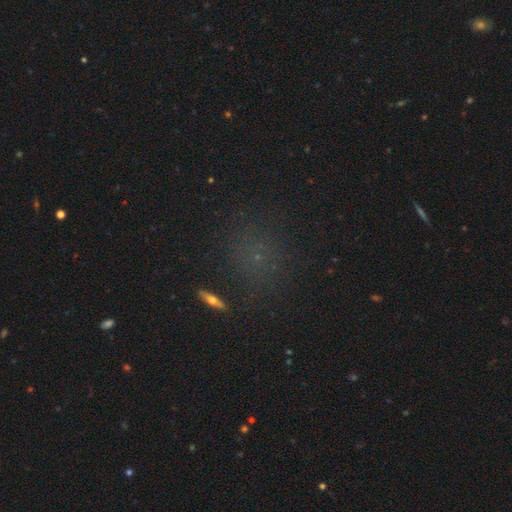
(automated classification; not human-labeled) A smooth galaxy with no disk features (49%).

Vote fractions:
- Smooth or featured? smooth: 49% / star or artifact: 43% / featured or disk: 8%
- Merging? none: 78% / minor disturbance: 12% / major disturbance: 5% / merger: 5%